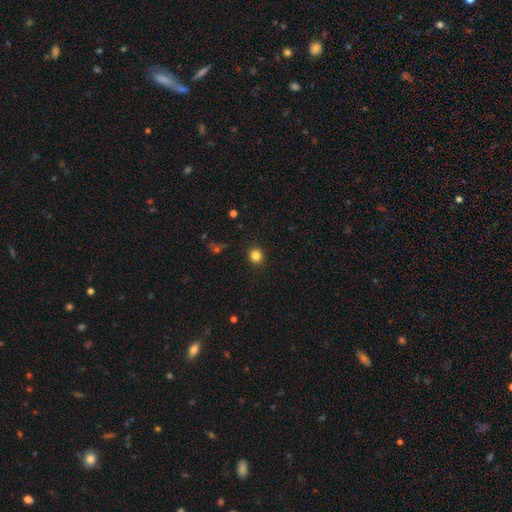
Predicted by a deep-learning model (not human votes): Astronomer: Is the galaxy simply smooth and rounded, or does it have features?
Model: smooth — 83%.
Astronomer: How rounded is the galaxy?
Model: round — 84%.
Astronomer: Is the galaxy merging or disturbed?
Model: none — 90%.